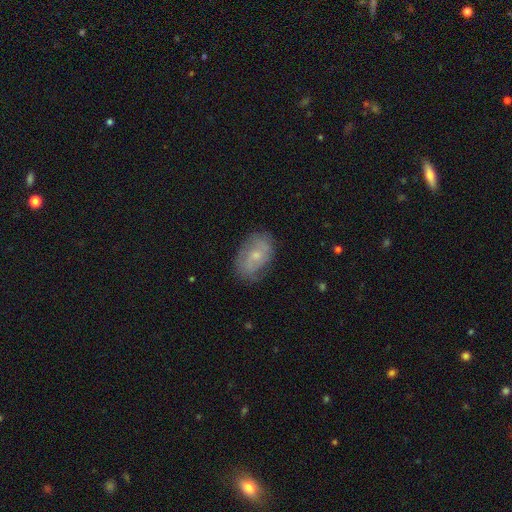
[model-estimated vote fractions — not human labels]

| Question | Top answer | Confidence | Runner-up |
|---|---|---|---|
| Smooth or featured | featured or disk | 56% | smooth (36%) |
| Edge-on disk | no | 96% | yes (4%) |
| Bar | no | 66% | weak (30%) |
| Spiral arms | yes | 77% | no (23%) |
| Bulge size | small | 62% | moderate (32%) |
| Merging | none | 71% | minor disturbance (21%) |